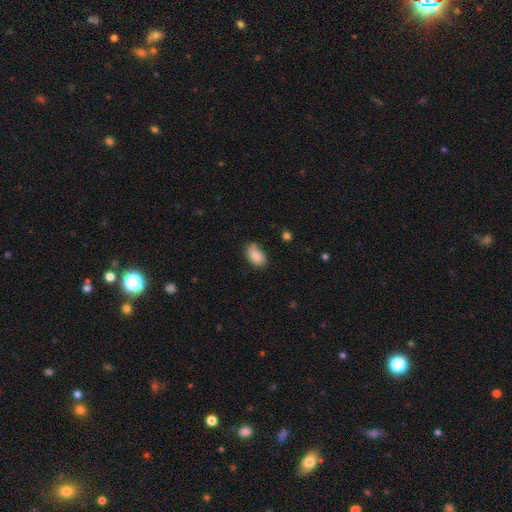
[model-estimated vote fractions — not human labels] A smooth galaxy with no disk features (84%) that is in between round and cigar-shaped (92%). Merging: none (67%).